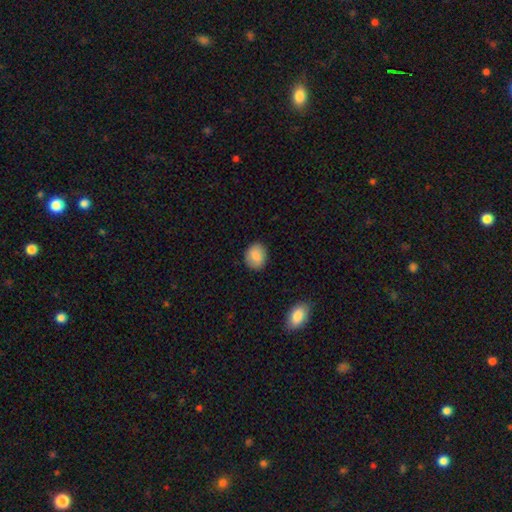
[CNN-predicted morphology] Smooth or featured?
  - smooth: 87% *
  - star or artifact: 8%
  - featured or disk: 5%
How rounded?
  - round: 60% *
  - in between: 39%
  - cigar-shaped: 1%
Merging?
  - none: 86% *
  - minor disturbance: 10%
  - major disturbance: 2%
  - merger: 1%